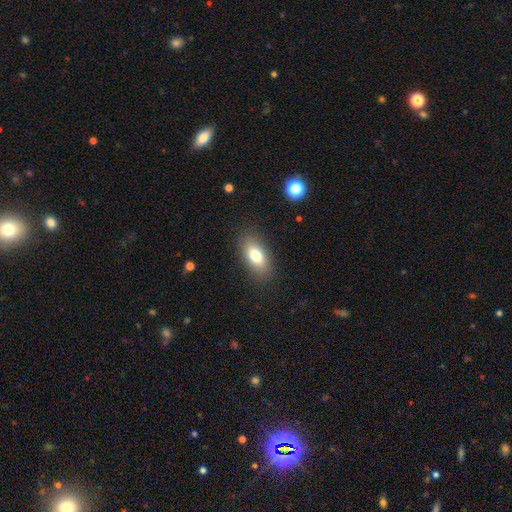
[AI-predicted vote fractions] This appears to be a smooth galaxy with no disk features (78%) that is in between round and cigar-shaped (89%). Merging: none (86%).